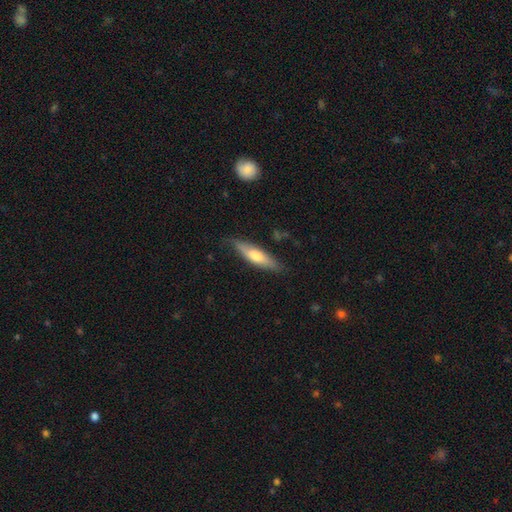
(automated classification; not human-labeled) Smooth or featured? Predicted: smooth (p=0.56). How rounded? Predicted: cigar-shaped (p=0.70). Merging? Predicted: none (p=0.75).